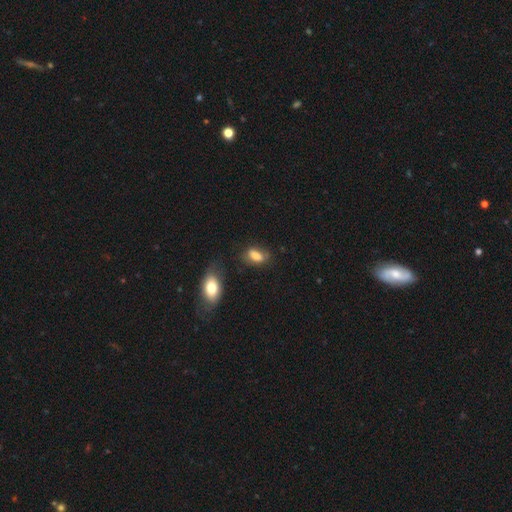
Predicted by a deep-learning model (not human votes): A smooth galaxy with no disk features (78%) that is in between round and cigar-shaped (86%).

Vote fractions:
- Smooth or featured? smooth: 78% / featured or disk: 12% / star or artifact: 10%
- How rounded? in between: 86% / cigar-shaped: 7% / round: 7%
- Merging? none: 60% / minor disturbance: 25% / major disturbance: 8% / merger: 7%